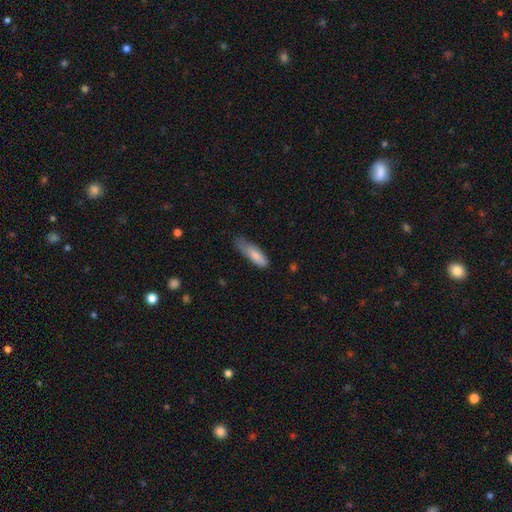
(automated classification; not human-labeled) Overall: smooth (83%). How rounded: in between (50%; cigar-shaped 49%). Merging: minor disturbance (44%; none 38%).